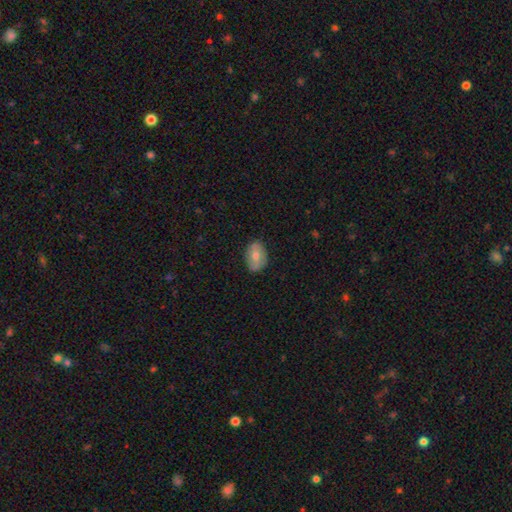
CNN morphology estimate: Smooth or featured: smooth — 59% (featured or disk — 32%)
How rounded: in between — 73% (round — 25%)
Merging: none — 82% (minor disturbance — 14%)